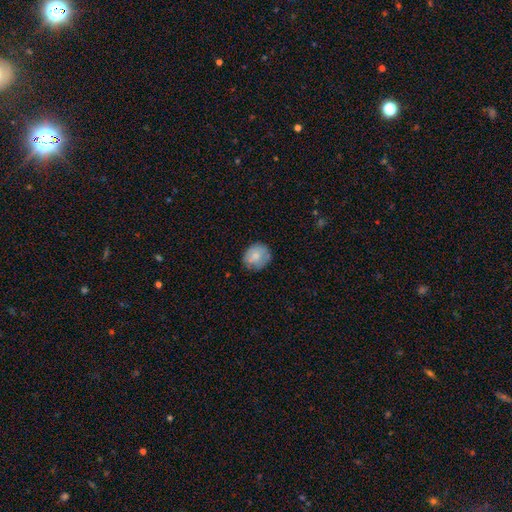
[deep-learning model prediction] A smooth galaxy with no disk features (75%) that is round (73%).

Vote fractions:
- Smooth or featured? smooth: 75% / featured or disk: 18% / star or artifact: 7%
- How rounded? round: 73% / in between: 26% / cigar-shaped: 1%
- Merging? none: 71% / minor disturbance: 22% / major disturbance: 5% / merger: 1%